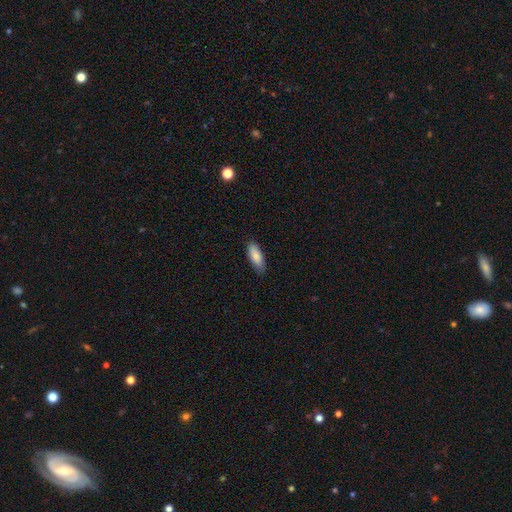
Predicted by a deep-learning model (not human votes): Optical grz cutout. It shows a smooth galaxy with no disk features (85%) that is in between round and cigar-shaped (68%). Merging: none (85%).